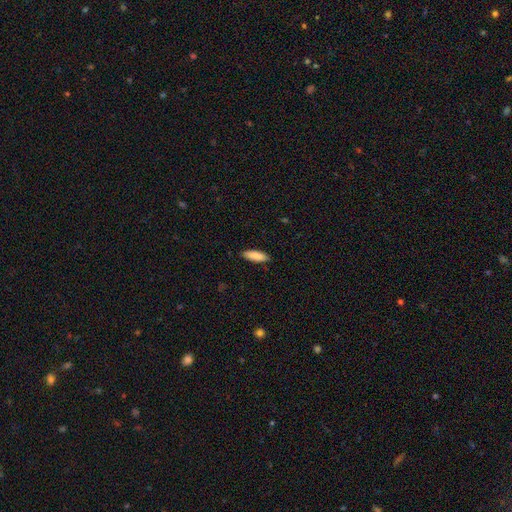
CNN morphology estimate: This appears to be a smooth galaxy with no disk features (88%) that is in between round and cigar-shaped (55%). Merging: none (88%).